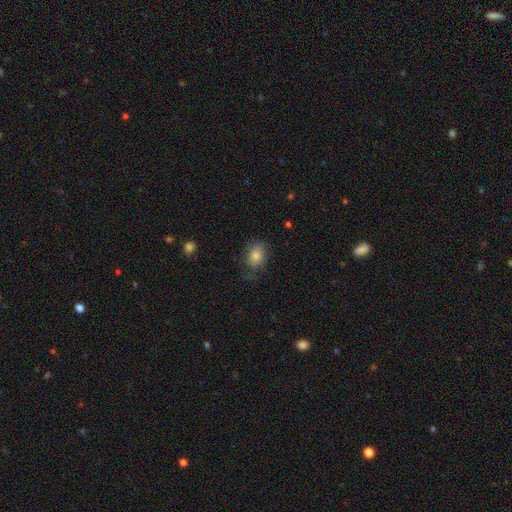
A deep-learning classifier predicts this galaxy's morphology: This is likely a smooth galaxy (77%). How rounded: likely in between (66%). Merging: likely none (61%).